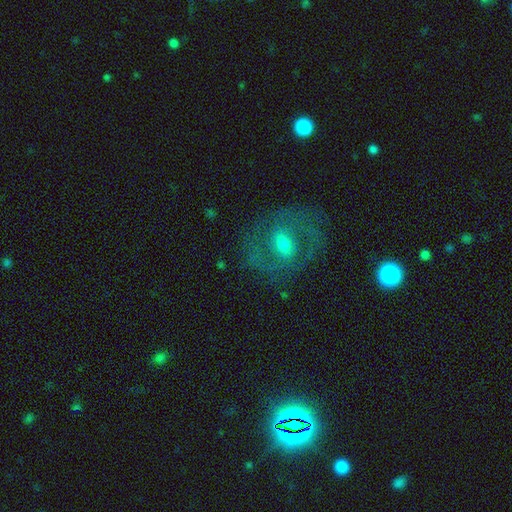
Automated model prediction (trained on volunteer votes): Smooth or featured?
  - featured or disk: 68% *
  - smooth: 18%
  - star or artifact: 14%
Edge-on disk?
  - no: 96% *
  - yes: 4%
Bar?
  - weak: 47% *
  - no: 33%
  - strong: 20%
Spiral arms?
  - yes: 76% *
  - no: 24%
Bulge size?
  - moderate: 57% *
  - small: 32%
  - large: 7%
  - none: 3%
  - dominant: 1%
Merging?
  - none: 77% *
  - minor disturbance: 13%
  - major disturbance: 9%
  - merger: 2%